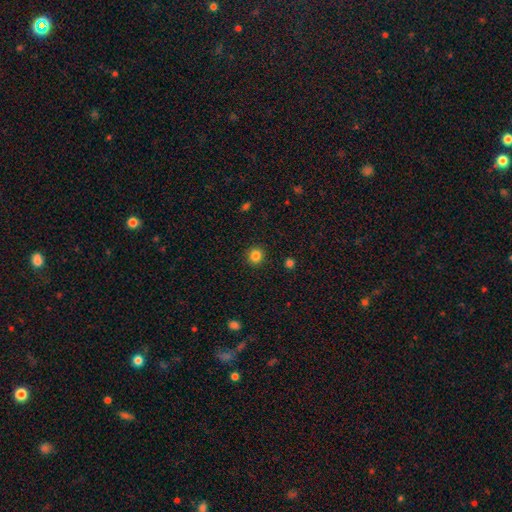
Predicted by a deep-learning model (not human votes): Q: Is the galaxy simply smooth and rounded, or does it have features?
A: smooth — 84%.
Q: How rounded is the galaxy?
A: round — 92%.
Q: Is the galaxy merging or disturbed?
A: none — 92%.